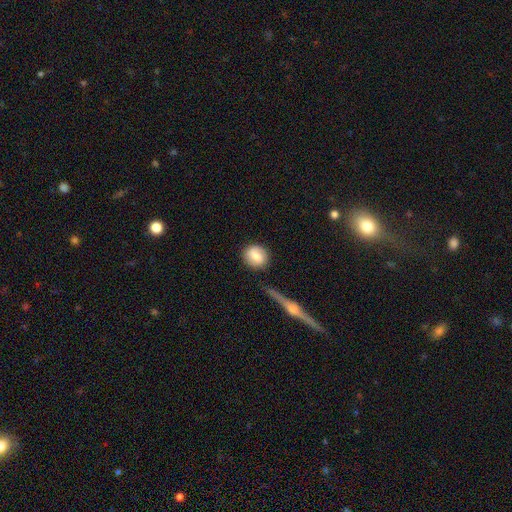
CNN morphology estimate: This appears to be a smooth galaxy with no disk features (80%) that is round (79%). Merging: none (82%).